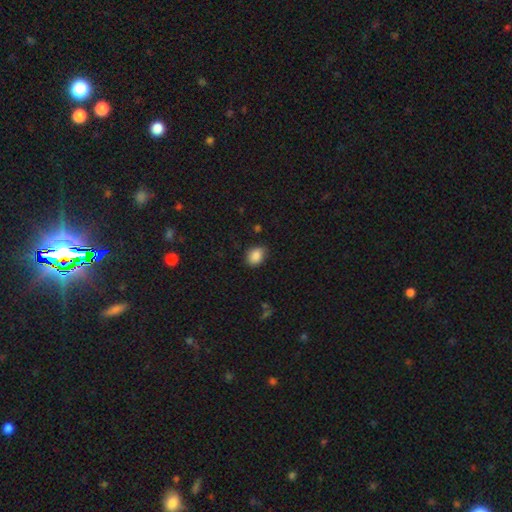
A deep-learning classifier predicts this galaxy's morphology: type=smooth (87%); roundness=in between (62%); merging=none (81%).